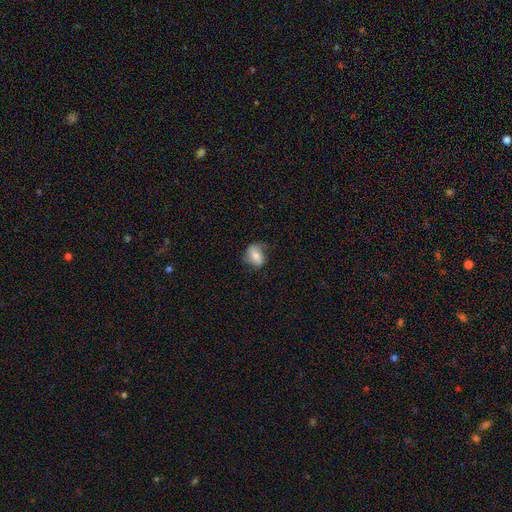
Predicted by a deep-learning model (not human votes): Q: Smooth or featured?
A: smooth (56%); runner-up: featured or disk (36%)
Q: How rounded?
A: in between (67%); runner-up: round (31%)
Q: Merging?
A: none (57%); runner-up: minor disturbance (27%)